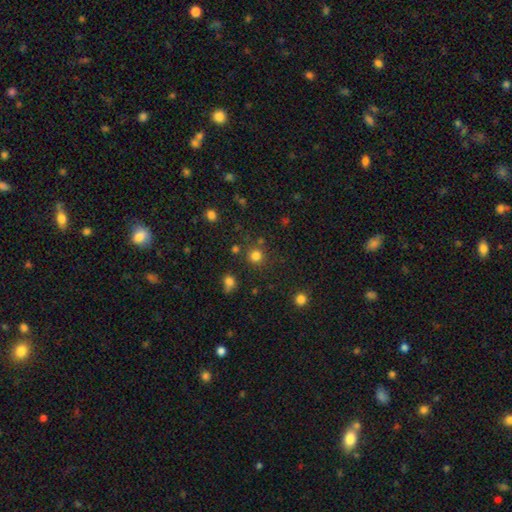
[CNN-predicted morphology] Smooth or featured: smooth — 79% (star or artifact — 16%)
How rounded: round — 92% (in between — 7%)
Merging: none — 82% (minor disturbance — 8%)